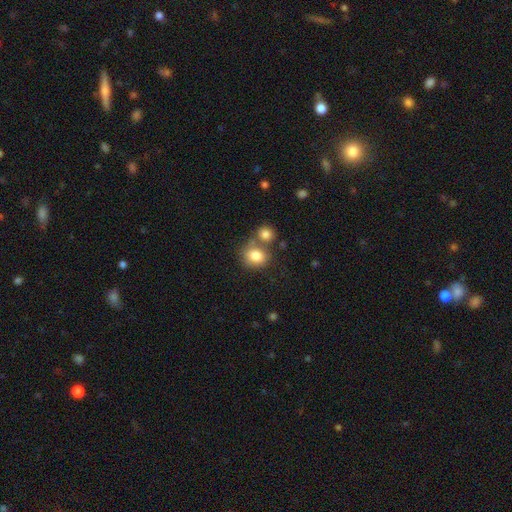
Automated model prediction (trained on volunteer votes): smooth_or_featured: smooth (p=0.81) [alt: star or artifact p=0.10]
how_rounded: round (p=0.66) [alt: in between p=0.33]
merging: none (p=0.51) [alt: merger p=0.33]